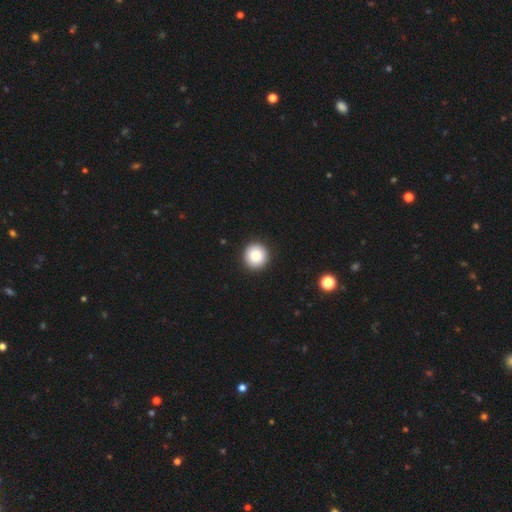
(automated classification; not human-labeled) A smooth galaxy with no disk features (84%) that is round (95%).

Vote fractions:
- Smooth or featured? smooth: 84% / star or artifact: 9% / featured or disk: 8%
- How rounded? round: 95% / in between: 4% / cigar-shaped: 1%
- Merging? none: 93% / minor disturbance: 4% / major disturbance: 1% / merger: 1%